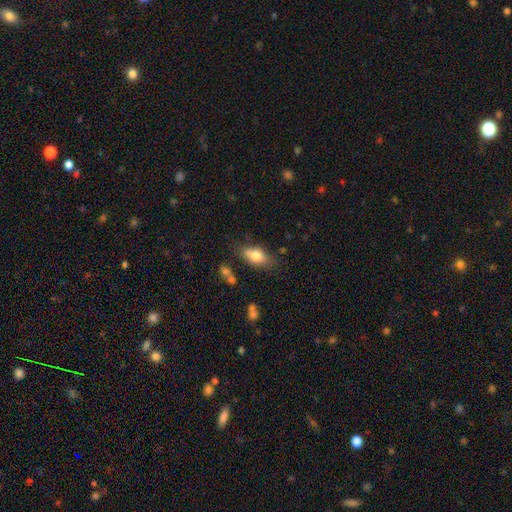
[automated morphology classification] smooth 74%, featured or disk 18%, star or artifact 8%. Down the decision tree: how rounded — in between (82%); merging — none (70%).